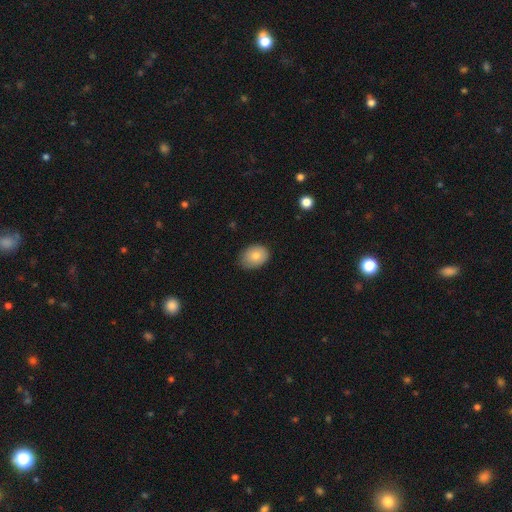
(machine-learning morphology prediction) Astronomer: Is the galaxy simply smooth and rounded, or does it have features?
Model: smooth — 81%.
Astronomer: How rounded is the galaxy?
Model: in between — 69%.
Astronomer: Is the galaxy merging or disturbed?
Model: none — 74%.